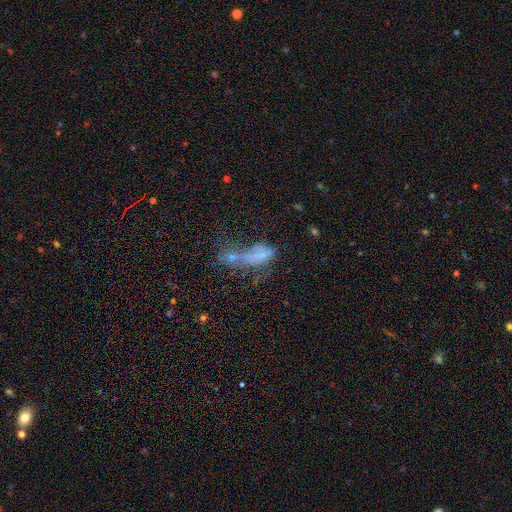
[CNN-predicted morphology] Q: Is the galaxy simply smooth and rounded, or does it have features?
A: smooth — 49%.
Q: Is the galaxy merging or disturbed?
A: merger — 38%.